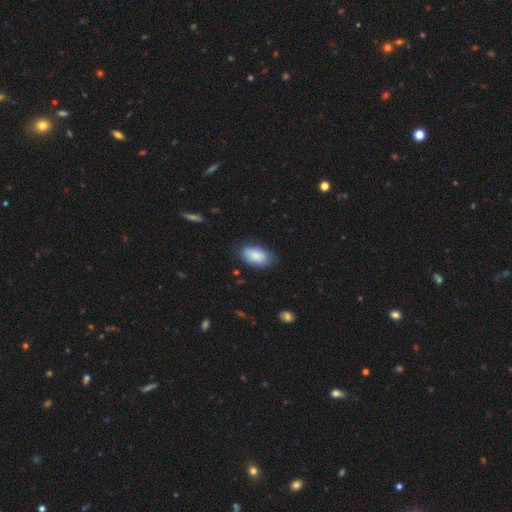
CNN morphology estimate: smooth-or-featured: smooth: 87% | featured or disk: 7% | star or artifact: 6%
  how-rounded: in between: 94% | round: 4% | cigar-shaped: 3%
  merging: none: 78% | minor disturbance: 17% | major disturbance: 4% | merger: 1%